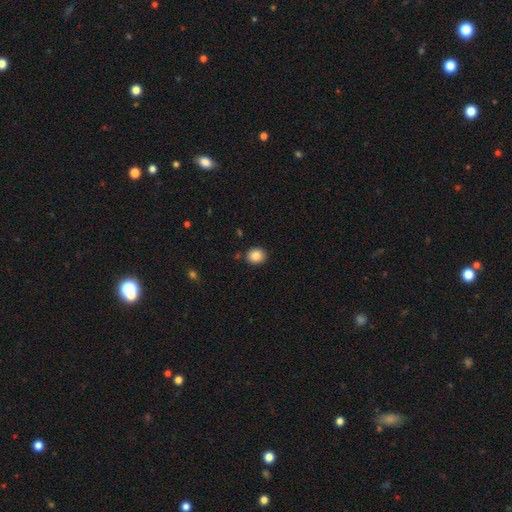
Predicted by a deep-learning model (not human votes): Smooth or featured? smooth (85%)
How rounded? round (74%)
Merging? none (88%)